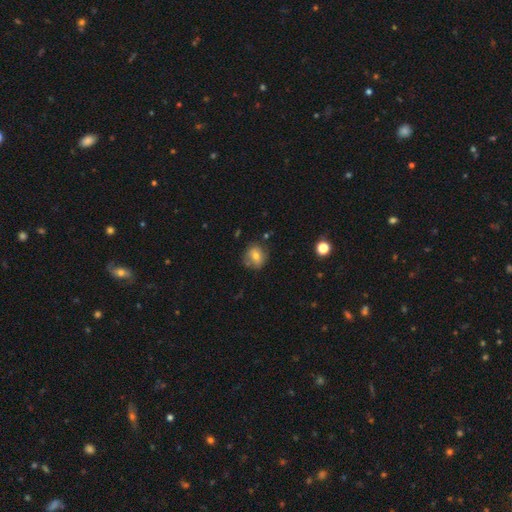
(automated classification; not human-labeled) A smooth galaxy with no disk features (67%) that is round (71%).

Vote fractions:
- Smooth or featured? smooth: 67% / featured or disk: 22% / star or artifact: 11%
- How rounded? round: 71% / in between: 28% / cigar-shaped: 1%
- Merging? none: 72% / minor disturbance: 18% / merger: 5% / major disturbance: 5%